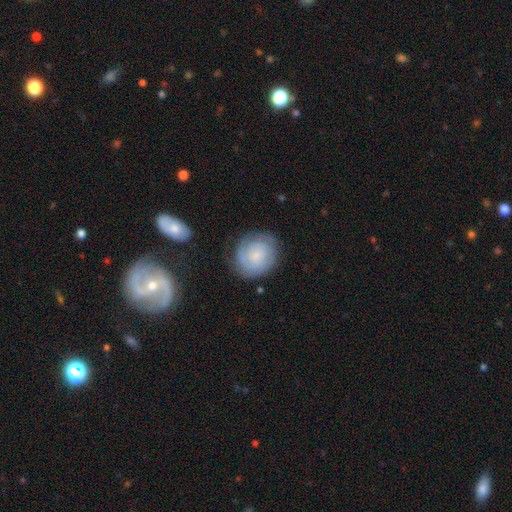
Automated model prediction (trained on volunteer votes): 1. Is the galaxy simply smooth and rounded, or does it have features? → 49% smooth, 43% featured or disk, 8% star or artifact.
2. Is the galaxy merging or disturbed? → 76% none, 16% minor disturbance, 6% major disturbance, 2% merger.